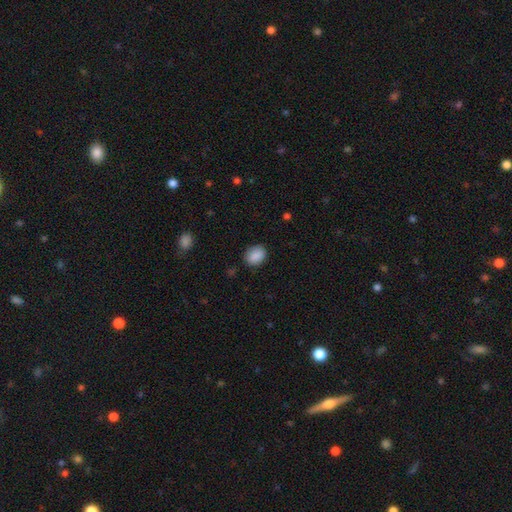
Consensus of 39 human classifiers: This appears to be a smooth galaxy with no disk features (85%) that is in between round and cigar-shaped (73%). Merging: none (80%).